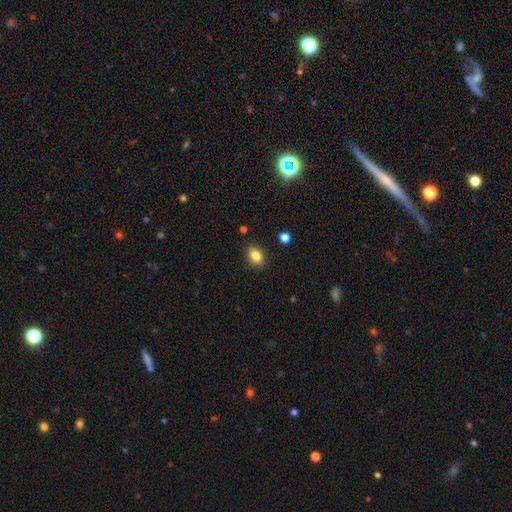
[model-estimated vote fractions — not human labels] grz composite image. It shows a smooth galaxy with no disk features (84%) that is in between round and cigar-shaped (67%). Merging: none (87%).